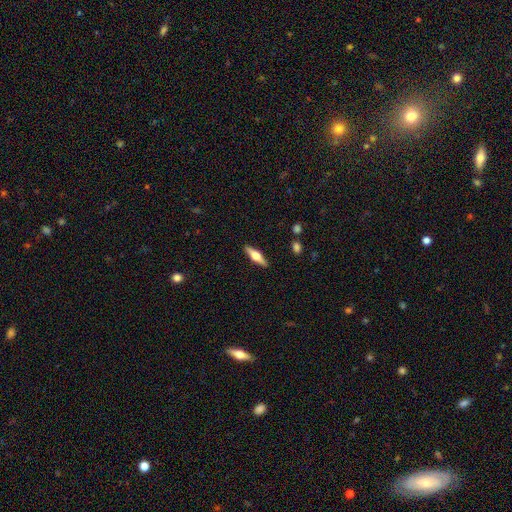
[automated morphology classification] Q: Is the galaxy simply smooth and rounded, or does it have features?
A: featured or disk — 57%.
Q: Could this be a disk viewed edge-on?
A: yes — 95%.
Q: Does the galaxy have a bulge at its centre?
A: rounded — 94%.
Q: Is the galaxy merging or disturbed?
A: none — 90%.